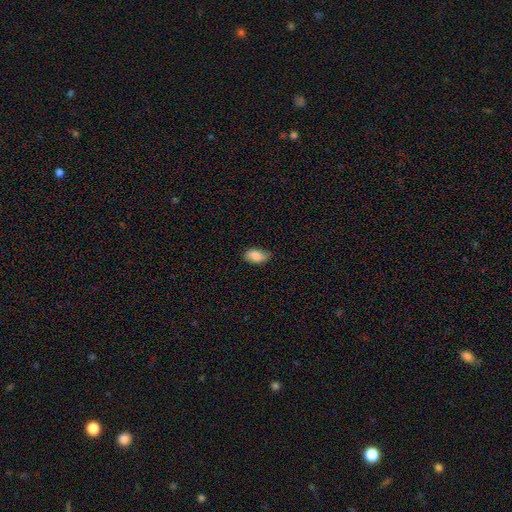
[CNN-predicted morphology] A smooth galaxy with no disk features (82%) that is in between round and cigar-shaped (92%).

Vote fractions:
- Smooth or featured? smooth: 82% / featured or disk: 11% / star or artifact: 7%
- How rounded? in between: 92% / round: 5% / cigar-shaped: 2%
- Merging? none: 64% / minor disturbance: 30% / major disturbance: 5% / merger: 1%